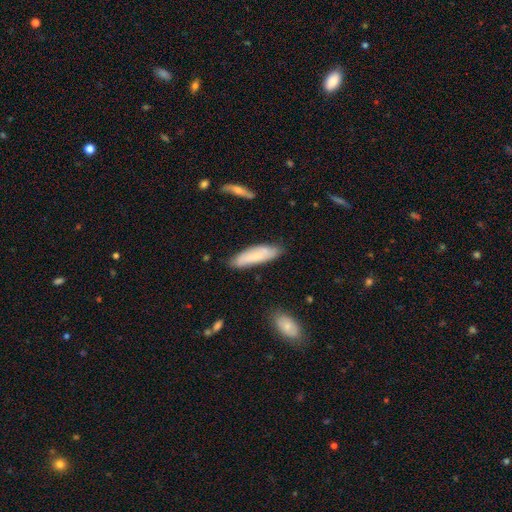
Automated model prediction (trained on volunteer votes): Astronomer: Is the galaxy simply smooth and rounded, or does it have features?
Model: smooth — 69%.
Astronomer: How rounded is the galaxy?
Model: cigar-shaped — 61% (runner-up: in between, 37%).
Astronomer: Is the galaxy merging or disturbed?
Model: none — 80%.